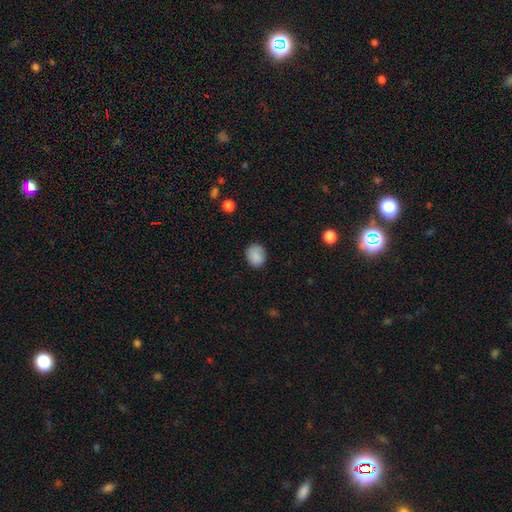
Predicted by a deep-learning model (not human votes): smooth_or_featured: smooth (p=0.85) [alt: star or artifact p=0.08]
how_rounded: round (p=0.65) [alt: in between p=0.34]
merging: none (p=0.82) [alt: minor disturbance p=0.14]